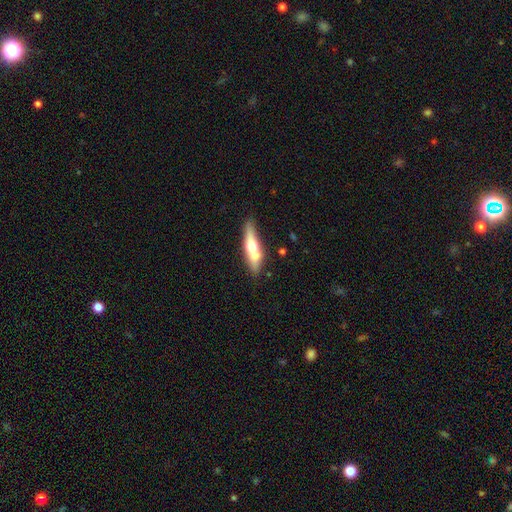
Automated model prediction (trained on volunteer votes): Overall: featured or disk (52%; smooth 43%). Edge-on disk: yes (83%). Merging: none (61%).